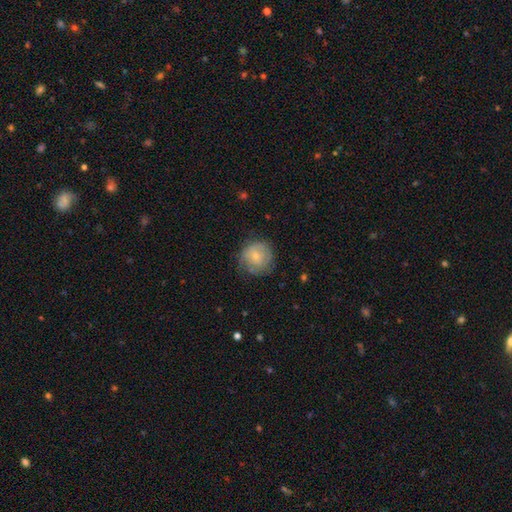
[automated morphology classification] This is possibly a smooth galaxy (57%). How rounded: clearly round (90%). Merging: likely none (66%).